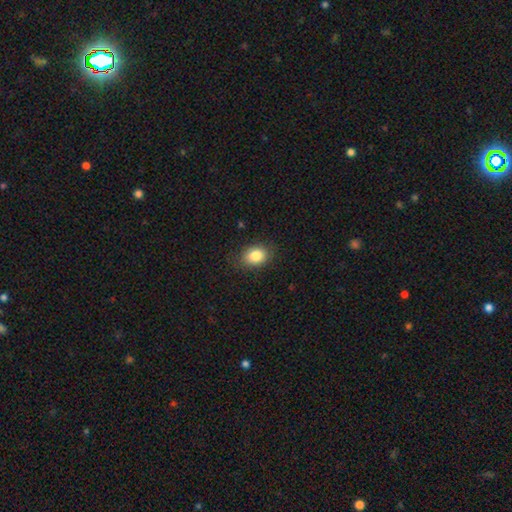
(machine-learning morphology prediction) Smooth or featured? smooth (84%)
How rounded? in between (71%)
Merging? none (81%)